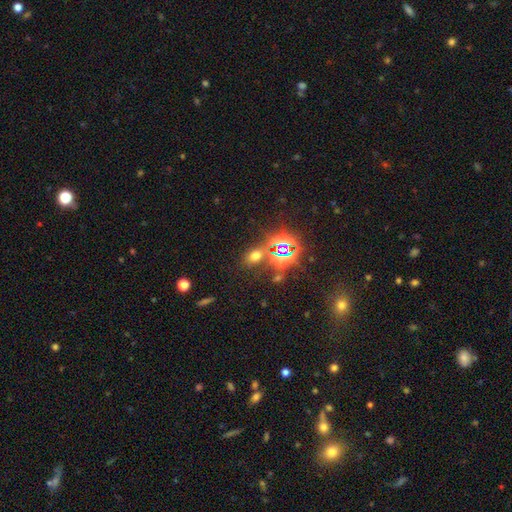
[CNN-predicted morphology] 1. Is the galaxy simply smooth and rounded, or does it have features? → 51% smooth, 41% star or artifact, 8% featured or disk.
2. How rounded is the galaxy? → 73% in between, 24% round, 3% cigar-shaped.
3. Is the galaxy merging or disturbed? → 75% none, 11% minor disturbance, 9% merger, 5% major disturbance.